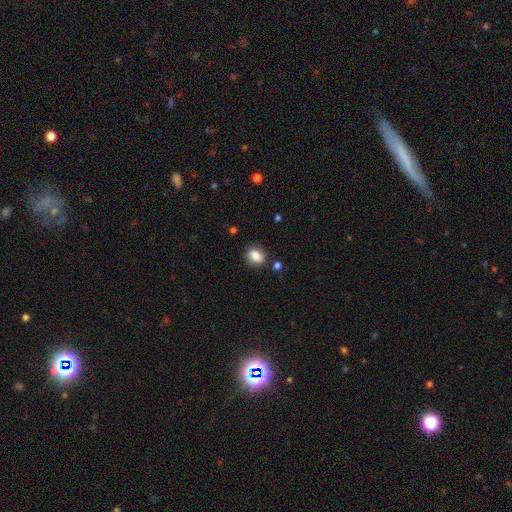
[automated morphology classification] This appears to be a smooth galaxy with no disk features (86%) that is in between round and cigar-shaped (69%). Merging: none (81%).